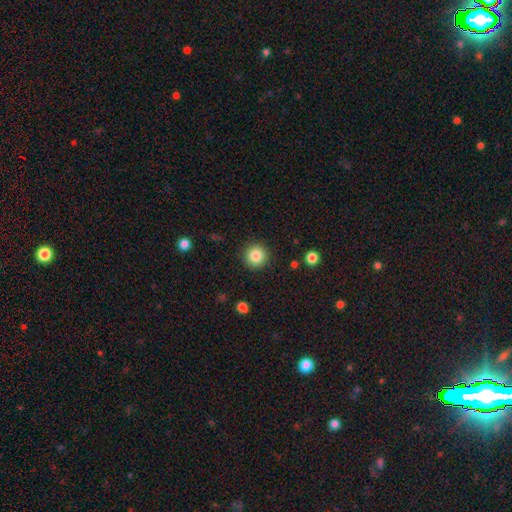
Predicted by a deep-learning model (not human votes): Smooth or featured?
  - smooth: 84% *
  - star or artifact: 10%
  - featured or disk: 6%
How rounded?
  - round: 95% *
  - in between: 4%
  - cigar-shaped: 1%
Merging?
  - none: 91% *
  - minor disturbance: 6%
  - major disturbance: 2%
  - merger: 1%